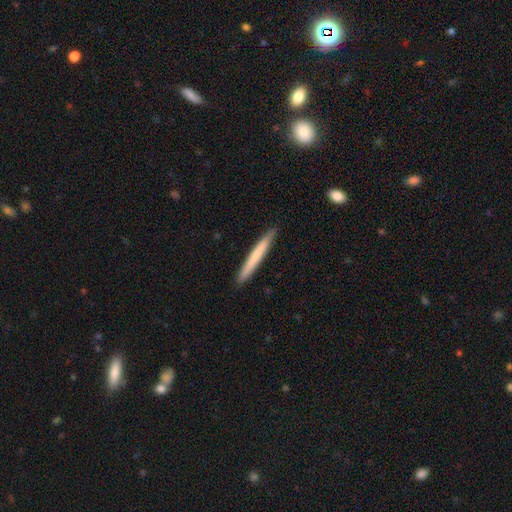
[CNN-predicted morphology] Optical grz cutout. It shows a smooth galaxy with no disk features (67%) that is cigar-shaped (97%). Merging: none (91%).